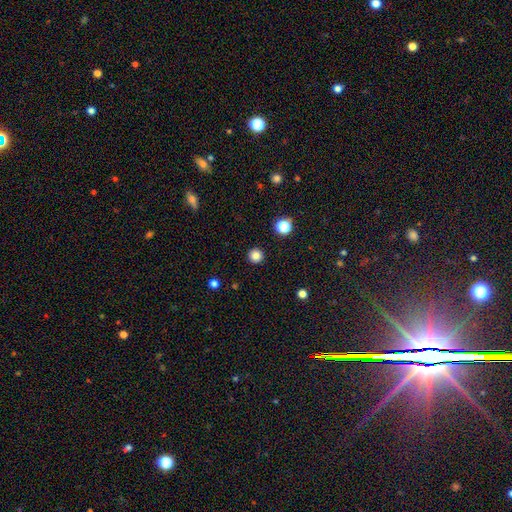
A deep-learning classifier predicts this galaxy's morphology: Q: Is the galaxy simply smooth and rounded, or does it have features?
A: smooth — 83%.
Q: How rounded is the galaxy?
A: round — 96%.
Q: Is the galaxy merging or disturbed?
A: none — 93%.